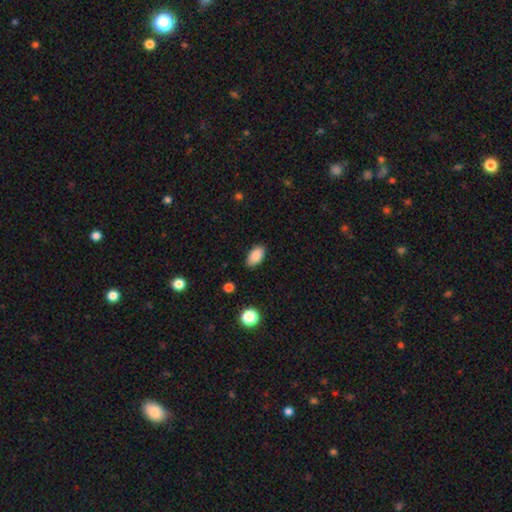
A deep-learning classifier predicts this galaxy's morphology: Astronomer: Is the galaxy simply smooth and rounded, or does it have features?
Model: smooth — 88%.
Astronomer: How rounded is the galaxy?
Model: in between — 93%.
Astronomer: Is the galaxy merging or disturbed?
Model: none — 86%.